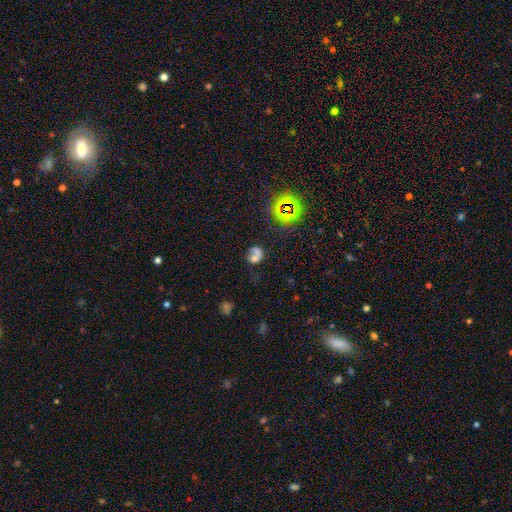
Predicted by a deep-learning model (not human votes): This appears to be a smooth galaxy with no disk features (51%) that is round (59%). Merging: merger (45%).